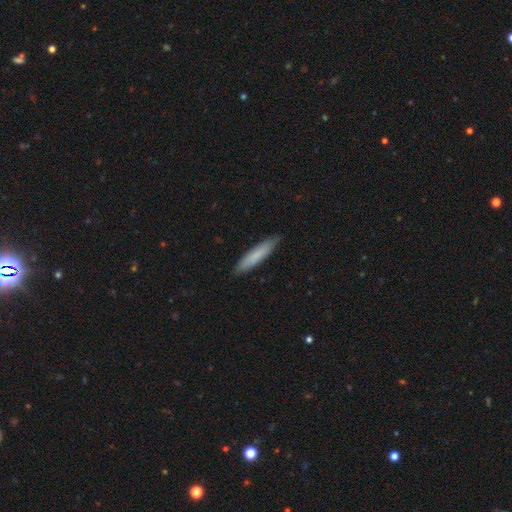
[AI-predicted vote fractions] A smooth galaxy with no disk features (78%) that is cigar-shaped (87%).

Vote fractions:
- Smooth or featured? smooth: 78% / featured or disk: 16% / star or artifact: 6%
- How rounded? cigar-shaped: 87% / in between: 12% / round: 1%
- Merging? none: 89% / minor disturbance: 9% / major disturbance: 2% / merger: 1%